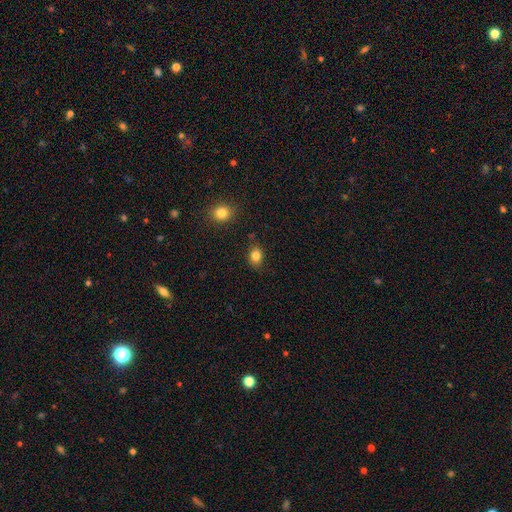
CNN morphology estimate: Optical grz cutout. It shows a smooth galaxy with no disk features (83%) that is in between round and cigar-shaped (60%). Merging: none (82%).